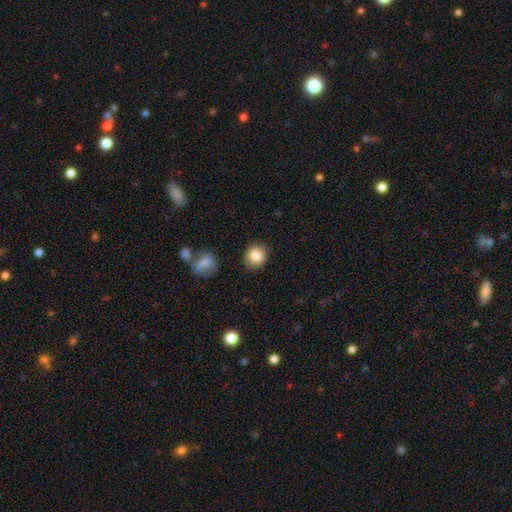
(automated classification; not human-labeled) This is clearly a smooth galaxy (85%). How rounded: clearly round (83%). Merging: clearly none (87%).